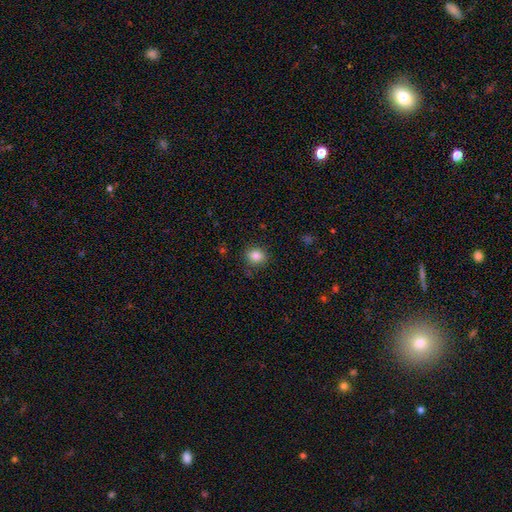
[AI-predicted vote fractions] smooth 85%, star or artifact 10%, featured or disk 5%. Down the decision tree: how rounded — round (75%); merging — none (87%).